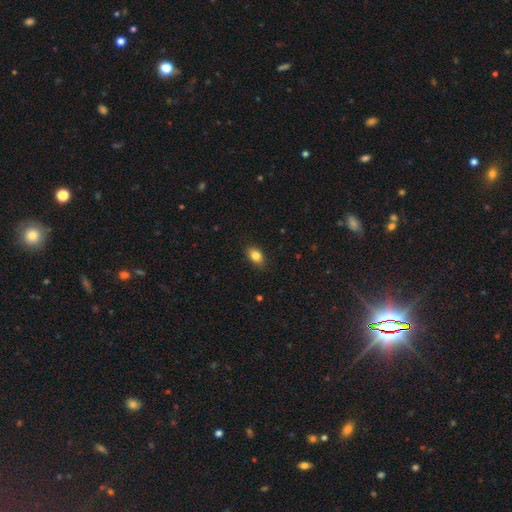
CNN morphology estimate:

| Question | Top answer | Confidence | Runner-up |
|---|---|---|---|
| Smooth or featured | smooth | 84% | star or artifact (9%) |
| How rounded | in between | 84% | round (14%) |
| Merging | none | 87% | minor disturbance (10%) |